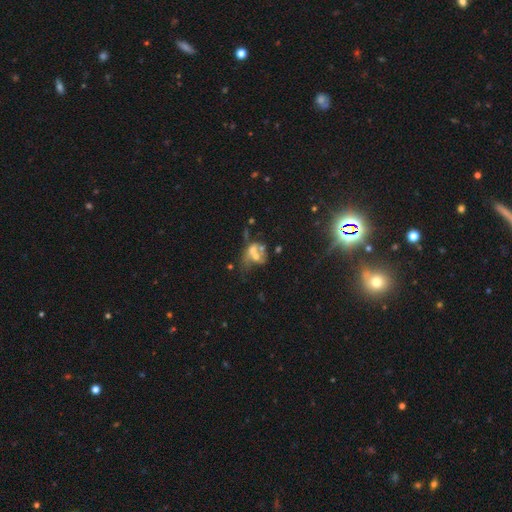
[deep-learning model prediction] Smooth or featured? Predicted: featured or disk (p=0.42). Merging? Predicted: merger (p=0.52).